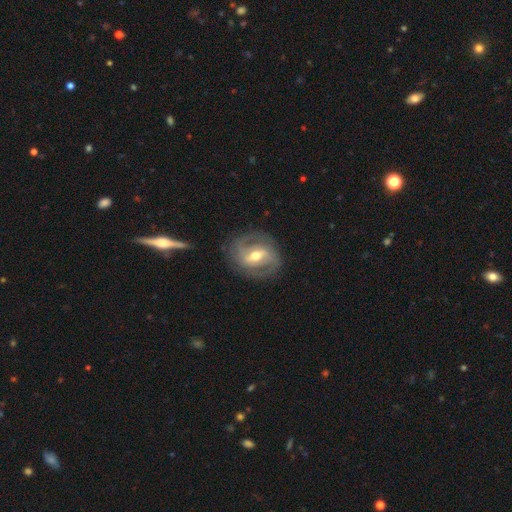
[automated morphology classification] Overall: featured or disk (80%). Edge-on disk: no (95%). Bar: weak (42%; strong 41%). Spiral arms: yes (87%). Spiral arm count: 2 (78%). Spiral winding: medium (43%; tight 40%). Bulge size: moderate (72%). Merging: none (79%).